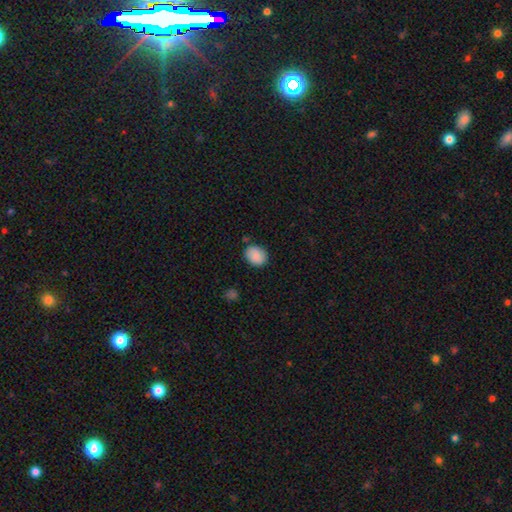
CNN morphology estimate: Smooth or featured: smooth — 87% (star or artifact — 8%)
How rounded: round — 50% (in between — 49%)
Merging: none — 79% (minor disturbance — 15%)